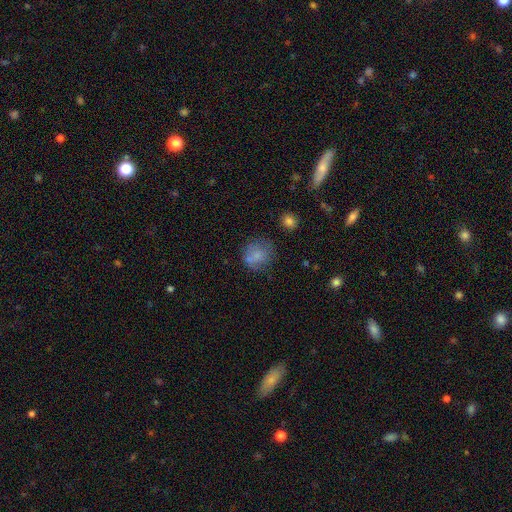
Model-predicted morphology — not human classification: smooth_or_featured: smooth (p=0.71) [alt: featured or disk p=0.18]
how_rounded: round (p=0.82) [alt: in between p=0.17]
merging: none (p=0.59) [alt: minor disturbance p=0.21]